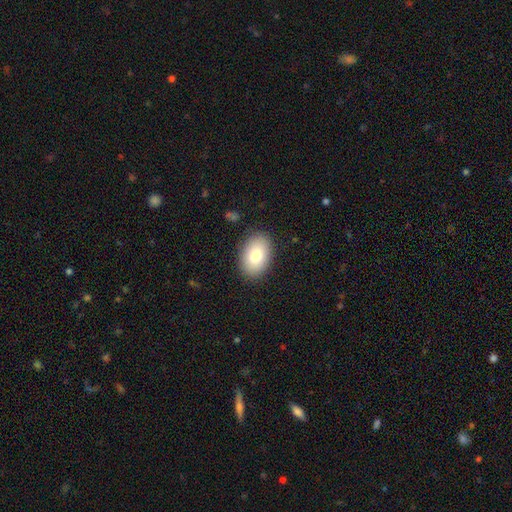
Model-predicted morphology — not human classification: Smooth or featured? Predicted: smooth (p=0.80). How rounded? Predicted: in between (p=0.86). Merging? Predicted: none (p=0.88).